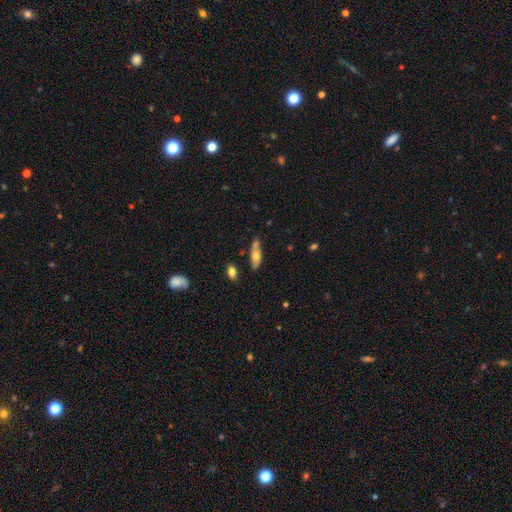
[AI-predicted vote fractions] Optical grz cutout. It shows a smooth galaxy with no disk features (61%) that is in between round and cigar-shaped (54%). Merging: none (62%).